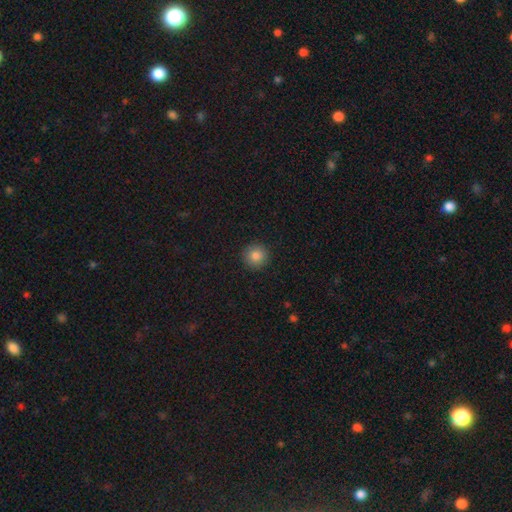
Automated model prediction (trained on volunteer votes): Overall: smooth (83%). How rounded: round (95%). Merging: none (92%).